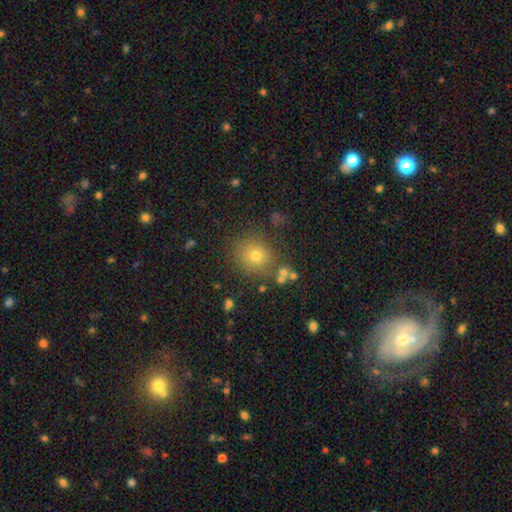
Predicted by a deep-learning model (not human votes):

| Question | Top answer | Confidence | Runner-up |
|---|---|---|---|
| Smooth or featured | smooth | 71% | star or artifact (19%) |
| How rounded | round | 83% | in between (16%) |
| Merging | none | 80% | minor disturbance (10%) |